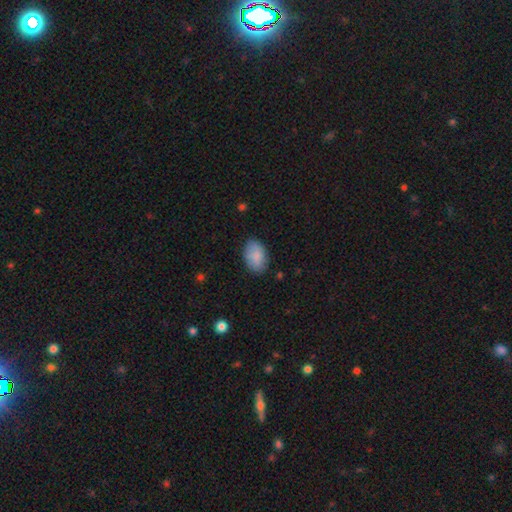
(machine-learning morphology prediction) Smooth or featured: smooth — 87% (featured or disk — 7%)
How rounded: in between — 90% (round — 9%)
Merging: none — 83% (minor disturbance — 13%)